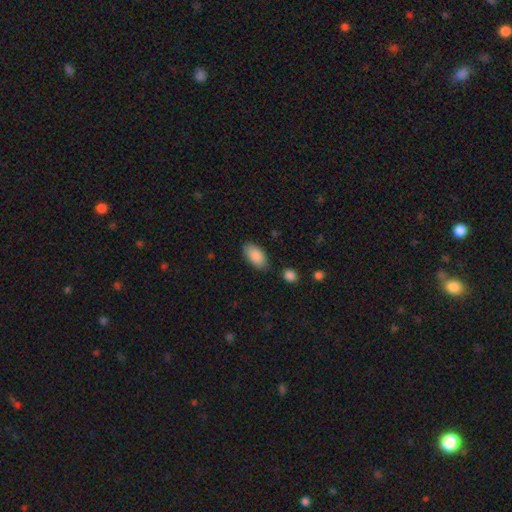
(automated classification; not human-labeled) Smooth or featured? Predicted: smooth (p=0.89). How rounded? Predicted: in between (p=0.94). Merging? Predicted: none (p=0.82).